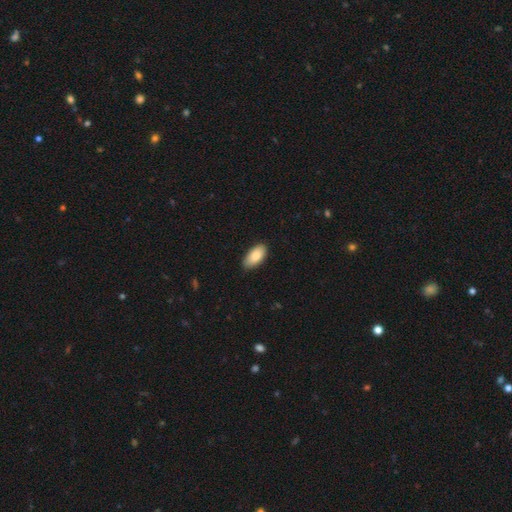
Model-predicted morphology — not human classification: smooth_or_featured: smooth (p=0.85) [alt: featured or disk p=0.09]
how_rounded: in between (p=0.94) [alt: cigar-shaped p=0.04]
merging: none (p=0.86) [alt: minor disturbance p=0.11]